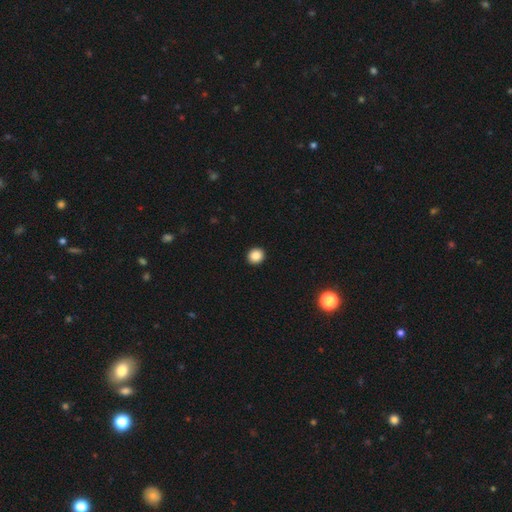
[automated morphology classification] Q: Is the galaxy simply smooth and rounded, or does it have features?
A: smooth — 87%.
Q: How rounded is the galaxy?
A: round — 84%.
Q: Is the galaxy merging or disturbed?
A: none — 93%.